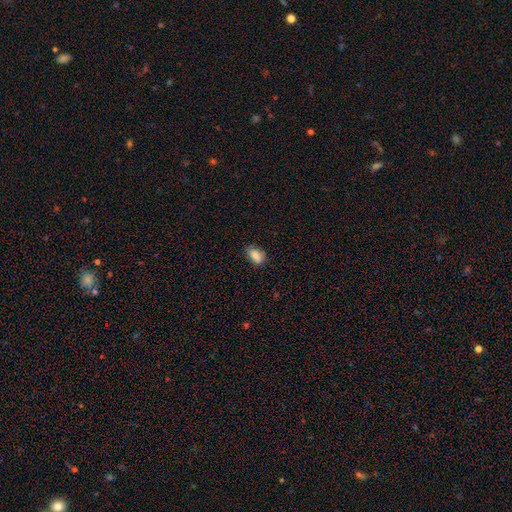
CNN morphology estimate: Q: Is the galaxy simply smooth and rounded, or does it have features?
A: smooth — 85%.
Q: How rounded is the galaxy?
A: in between — 88%.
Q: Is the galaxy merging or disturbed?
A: none — 69%.